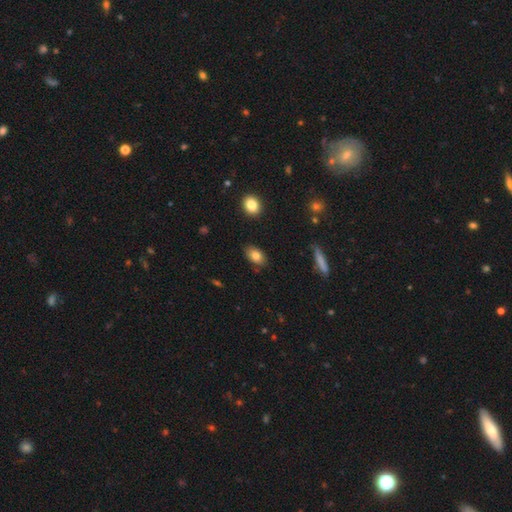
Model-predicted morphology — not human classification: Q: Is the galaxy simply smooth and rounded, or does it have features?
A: smooth — 82%.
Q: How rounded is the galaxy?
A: in between — 88%.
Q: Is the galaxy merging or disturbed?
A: none — 85%.